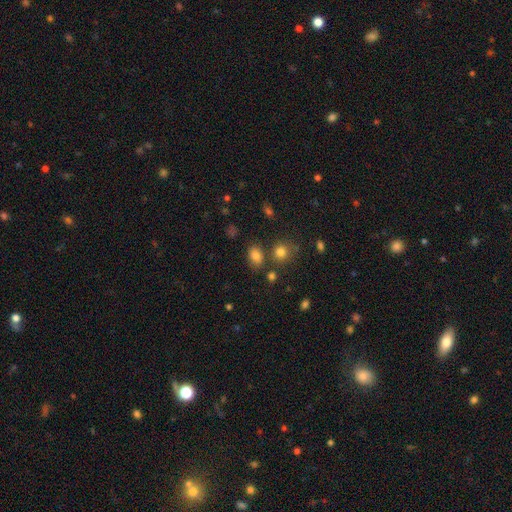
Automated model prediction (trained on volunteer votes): This is clearly a smooth galaxy (81%). How rounded: likely in between (76%). Merging: likely none (73%).